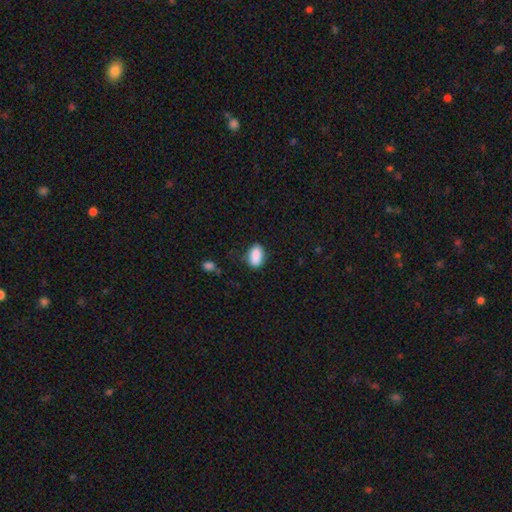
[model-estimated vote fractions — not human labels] smooth 88%, star or artifact 7%, featured or disk 4%. Down the decision tree: how rounded — in between (90%); merging — none (75%).